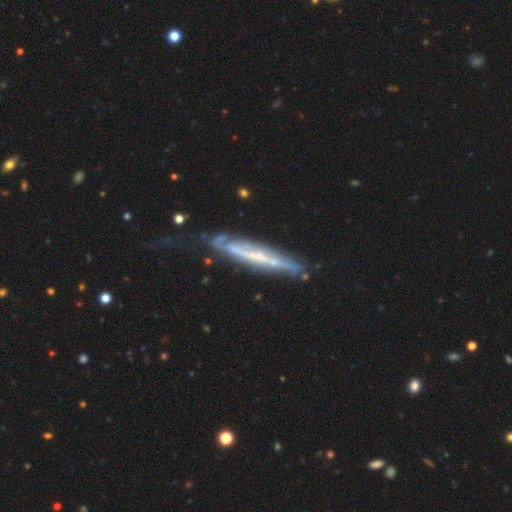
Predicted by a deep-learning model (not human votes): The model was most divided on "merging": none: 53%, minor disturbance: 28%, major disturbance: 14%, merger: 4%. More confident: edge-on bulge — none (74%); edge-on disk — yes (73%); smooth or featured — featured or disk (70%).